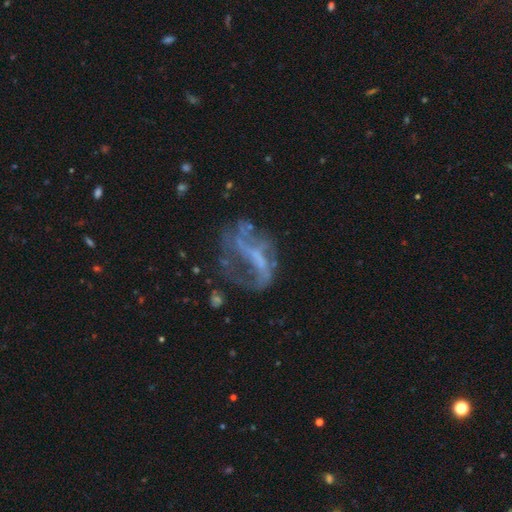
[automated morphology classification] This appears to be a featured or disk galaxy (71%) with no bar (37%), spiral arms (58%) and no central bulge (58%). Merging: none (39%).